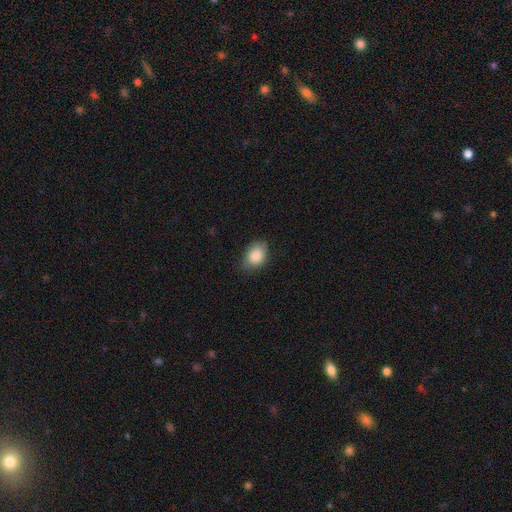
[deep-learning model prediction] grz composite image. It shows a smooth galaxy with no disk features (87%) that is in between round and cigar-shaped (74%). Merging: none (75%).